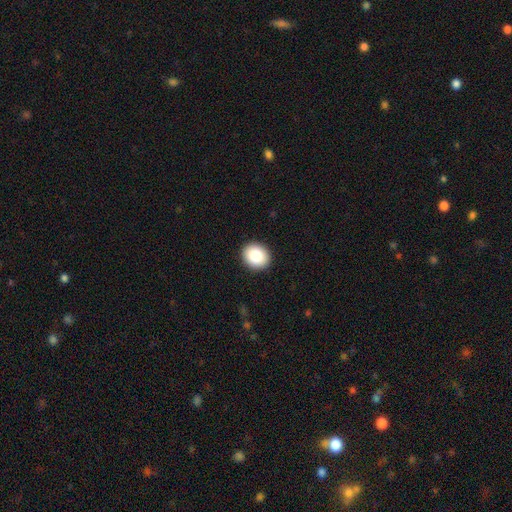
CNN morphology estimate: Q: Smooth or featured?
A: smooth (85%); runner-up: star or artifact (8%)
Q: How rounded?
A: round (68%); runner-up: in between (32%)
Q: Merging?
A: none (92%); runner-up: minor disturbance (6%)